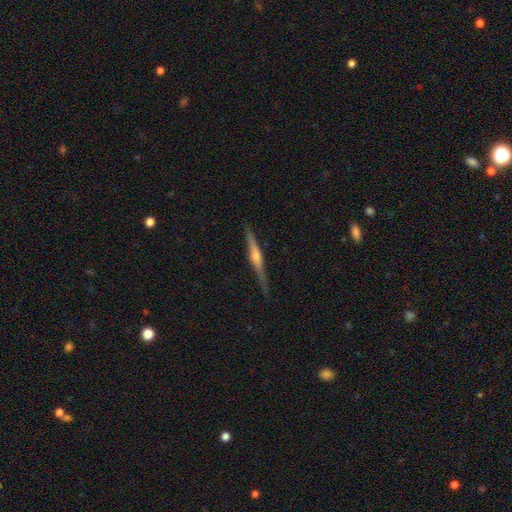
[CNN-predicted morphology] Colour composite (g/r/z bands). It shows a featured or disk galaxy (78%) viewed edge-on (98%) with a rounded central bulge (83%). Merging: none (88%).